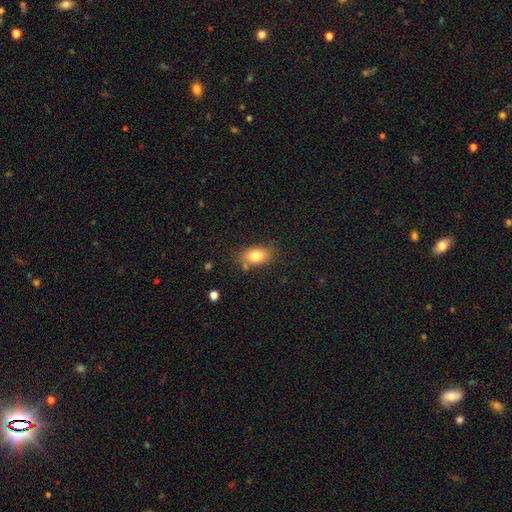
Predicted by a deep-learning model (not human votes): smooth-or-featured: smooth: 81% | featured or disk: 11% | star or artifact: 8%
  how-rounded: in between: 87% | round: 10% | cigar-shaped: 3%
  merging: none: 76% | minor disturbance: 15% | merger: 5% | major disturbance: 4%